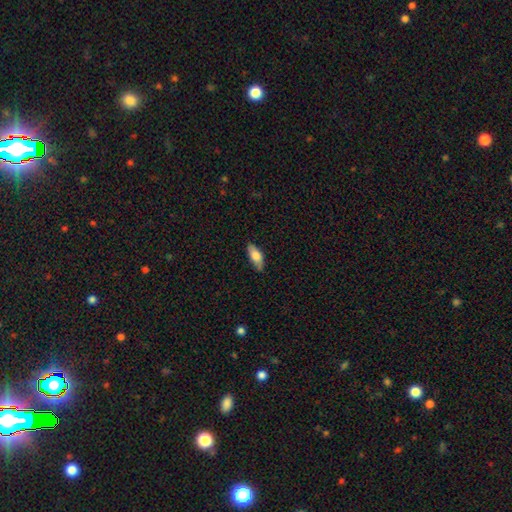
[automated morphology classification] Smooth or featured?
  - smooth: 76% *
  - featured or disk: 17%
  - star or artifact: 6%
How rounded?
  - in between: 79% *
  - cigar-shaped: 19%
  - round: 2%
Merging?
  - none: 79% *
  - minor disturbance: 17%
  - major disturbance: 3%
  - merger: 1%